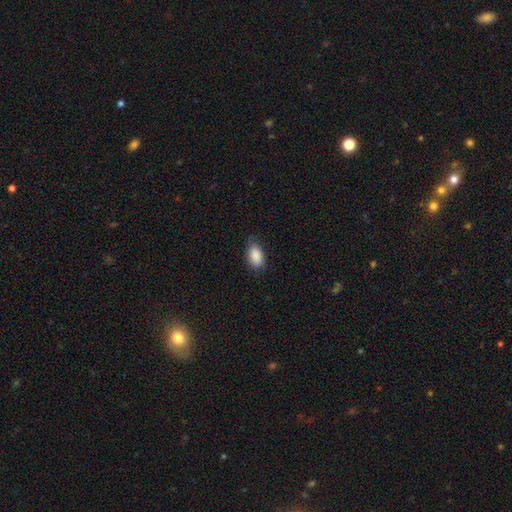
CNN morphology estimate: smooth_or_featured: smooth (p=0.89) [alt: star or artifact p=0.07]
how_rounded: in between (p=0.92) [alt: round p=0.06]
merging: none (p=0.74) [alt: minor disturbance p=0.21]